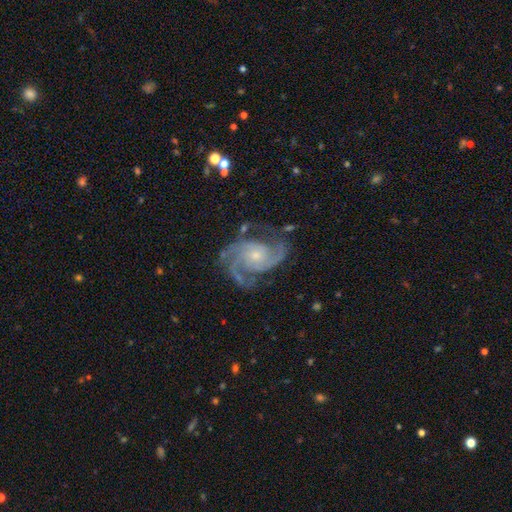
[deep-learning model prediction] A featured or disk galaxy (93%) with no bar (71%), 3 (47%) medium (48%) spiral arms (99%) and a small central bulge (60%).

Vote fractions:
- Smooth or featured? featured or disk: 93% / star or artifact: 4% / smooth: 3%
- Edge-on disk? no: 98% / yes: 2%
- Bar? no: 71% / weak: 23% / strong: 6%
- Spiral arms? yes: 99% / no: 1%
- Spiral winding? medium: 48% / tight: 45% / loose: 7%
- Spiral arm count? 3: 47% / 2: 26% / 4: 11% / can't tell: 7% / more than 4: 5% / 1: 5%
- Bulge size? small: 60% / moderate: 34% / none: 3% / large: 2% / dominant: 1%
- Merging? none: 72% / minor disturbance: 18% / major disturbance: 8% / merger: 2%